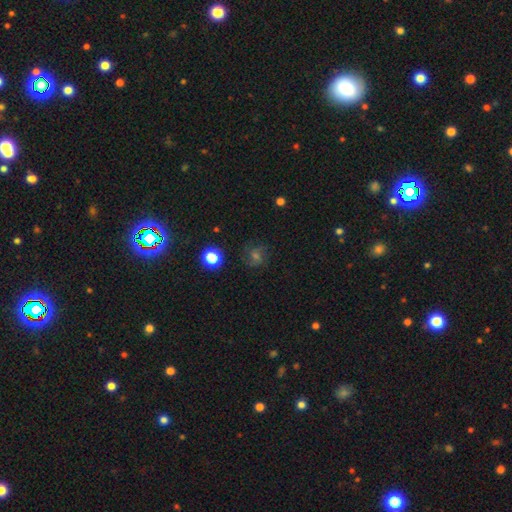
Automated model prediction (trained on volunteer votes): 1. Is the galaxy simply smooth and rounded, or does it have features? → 40% featured or disk, 30% star or artifact, 30% smooth.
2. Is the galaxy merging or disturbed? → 78% none, 13% minor disturbance, 7% major disturbance, 2% merger.